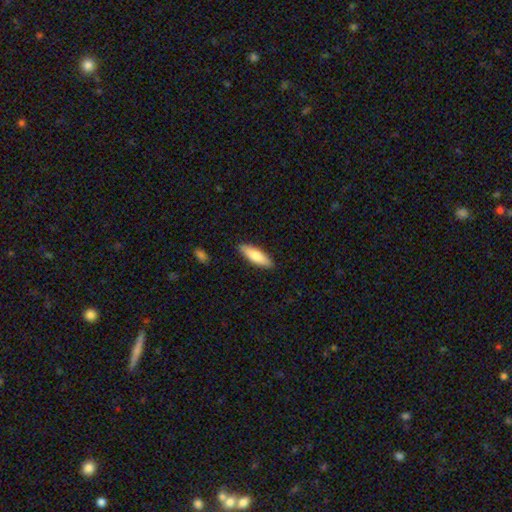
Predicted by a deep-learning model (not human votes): Smooth or featured?
  - smooth: 79% *
  - featured or disk: 16%
  - star or artifact: 5%
How rounded?
  - cigar-shaped: 52% *
  - in between: 46%
  - round: 2%
Merging?
  - none: 88% *
  - minor disturbance: 9%
  - major disturbance: 2%
  - merger: 1%